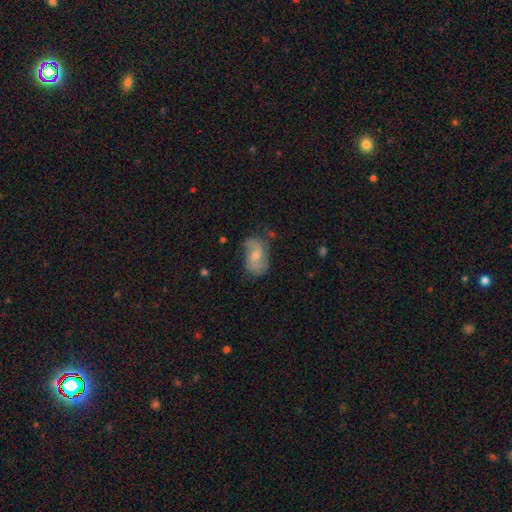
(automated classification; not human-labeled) smooth_or_featured: featured or disk (p=0.62) [alt: smooth p=0.30]
disk_edge_on: no (p=0.96) [alt: yes p=0.04]
bar: no (p=0.53) [alt: weak p=0.39]
has_spiral_arms: yes (p=0.87) [alt: no p=0.13]
spiral_winding: loose (p=0.47) [alt: medium p=0.38]
spiral_arm_count: 2 (p=0.82) [alt: can't tell p=0.10]
bulge_size: moderate (p=0.51) [alt: small p=0.39]
merging: none (p=0.60) [alt: minor disturbance p=0.26]